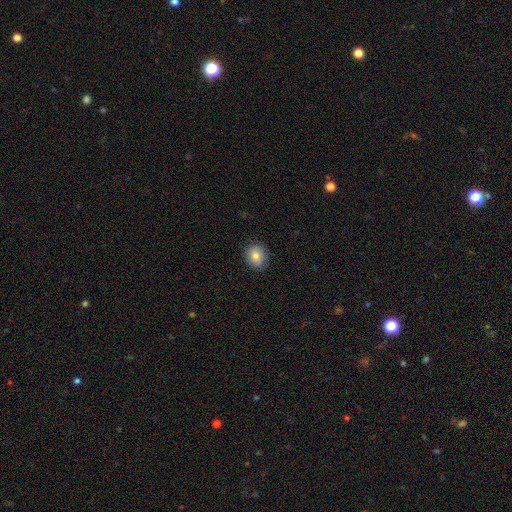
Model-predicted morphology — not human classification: smooth_or_featured: smooth (p=0.77) [alt: featured or disk p=0.14]
how_rounded: round (p=0.81) [alt: in between p=0.18]
merging: none (p=0.84) [alt: minor disturbance p=0.12]